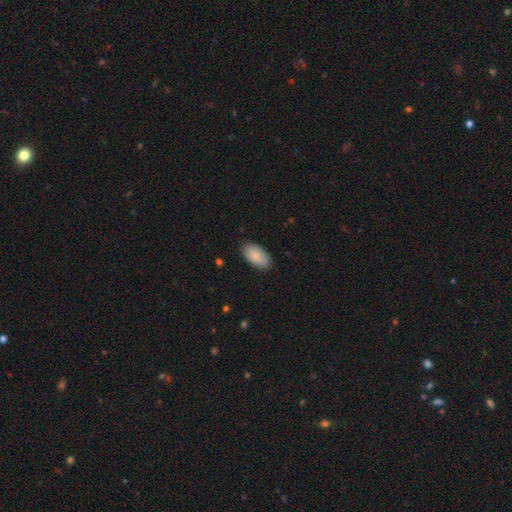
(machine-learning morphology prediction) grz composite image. It shows a smooth galaxy with no disk features (89%) that is in between round and cigar-shaped (95%). Merging: none (87%).